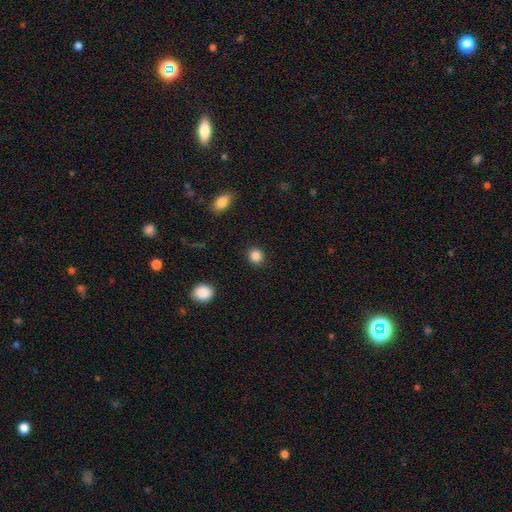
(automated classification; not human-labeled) smooth 86%, star or artifact 10%, featured or disk 3%. Down the decision tree: how rounded — round (79%); merging — none (90%).